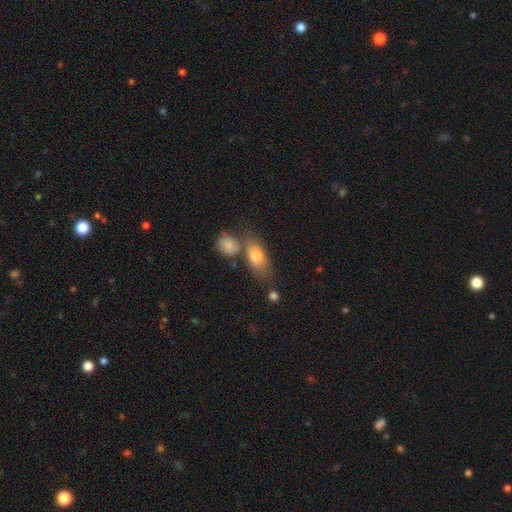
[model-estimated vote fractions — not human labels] smooth 77%, featured or disk 15%, star or artifact 8%. Down the decision tree: how rounded — in between (80%); merging — none (48%).